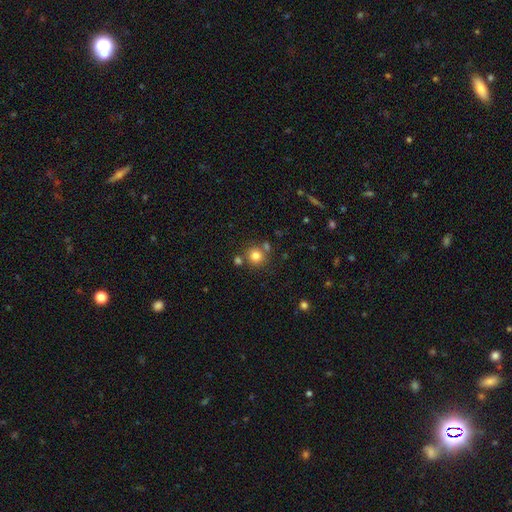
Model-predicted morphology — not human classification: Q: Smooth or featured?
A: smooth (80%); runner-up: star or artifact (13%)
Q: How rounded?
A: round (91%); runner-up: in between (8%)
Q: Merging?
A: none (74%); runner-up: merger (15%)